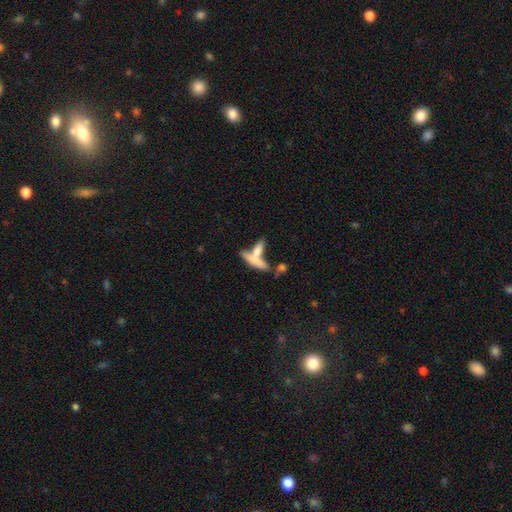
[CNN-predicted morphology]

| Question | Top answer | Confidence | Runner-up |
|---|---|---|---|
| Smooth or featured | smooth | 63% | featured or disk (28%) |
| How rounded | cigar-shaped | 63% | in between (33%) |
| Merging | merger | 50% | none (34%) |